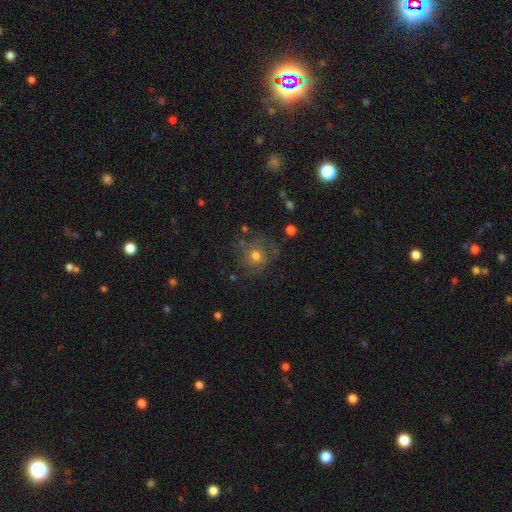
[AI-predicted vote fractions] A smooth galaxy with no disk features (63%) that is round (87%).

Vote fractions:
- Smooth or featured? smooth: 63% / featured or disk: 24% / star or artifact: 13%
- How rounded? round: 87% / in between: 12% / cigar-shaped: 1%
- Merging? none: 66% / minor disturbance: 19% / major disturbance: 12% / merger: 3%